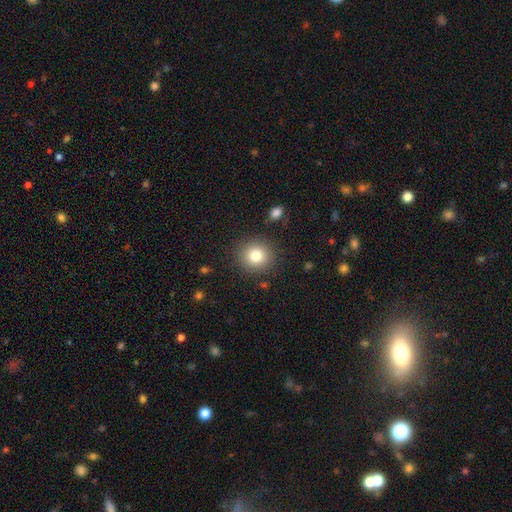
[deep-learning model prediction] A smooth galaxy with no disk features (81%) that is round (88%).

Vote fractions:
- Smooth or featured? smooth: 81% / star or artifact: 11% / featured or disk: 8%
- How rounded? round: 88% / in between: 11% / cigar-shaped: 1%
- Merging? none: 88% / minor disturbance: 7% / major disturbance: 3% / merger: 2%